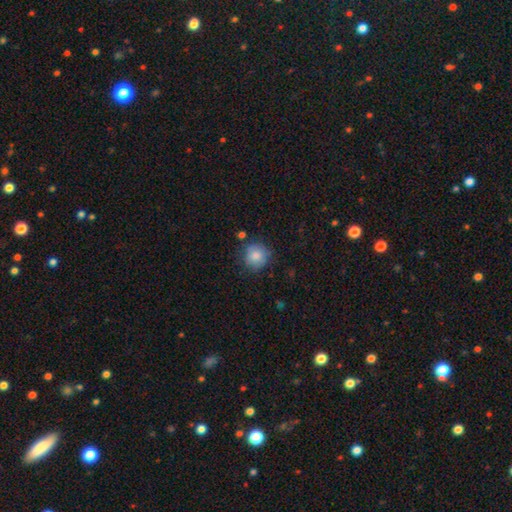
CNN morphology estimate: The model was most divided on "merging": none: 75%, minor disturbance: 17%, major disturbance: 5%, merger: 4%. More confident: how rounded — round (90%); smooth or featured — smooth (83%).